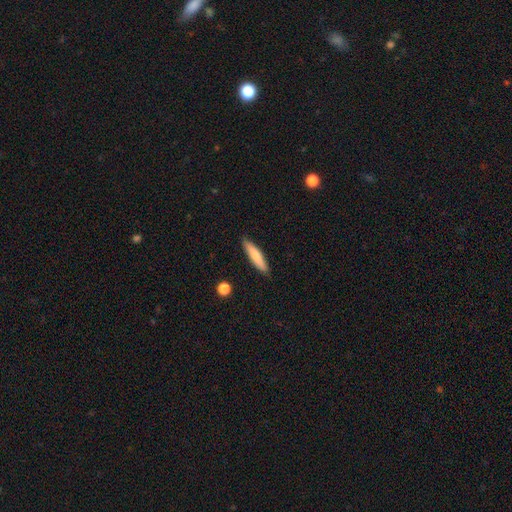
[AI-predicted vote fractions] Morphology: type=smooth (73%); roundness=cigar-shaped (83%); merging=none (88%).